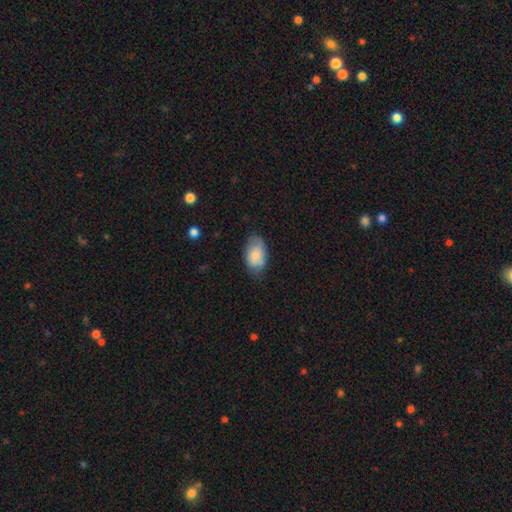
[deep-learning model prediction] Smooth or featured? smooth (80%)
How rounded? in between (92%)
Merging? none (64%)